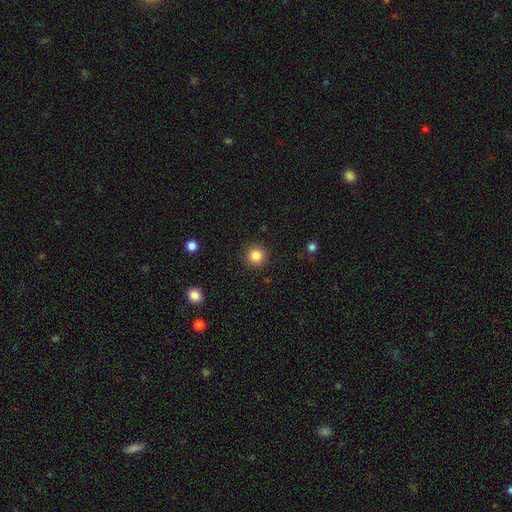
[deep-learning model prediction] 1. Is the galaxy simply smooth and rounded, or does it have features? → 85% smooth, 11% star or artifact, 5% featured or disk.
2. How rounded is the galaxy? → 95% round, 4% in between, 1% cigar-shaped.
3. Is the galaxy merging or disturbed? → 92% none, 5% minor disturbance, 2% major disturbance, 1% merger.